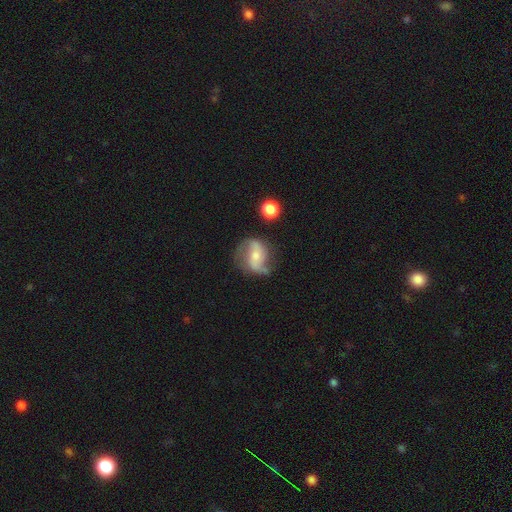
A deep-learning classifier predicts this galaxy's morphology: Overall: featured or disk (74%). Edge-on disk: no (97%). Bar: no (38%, tied with weak). Spiral arms: yes (91%). Spiral arm count: 2 (87%). Spiral winding: loose (59%; medium 31%). Bulge size: small (48%; moderate 42%). Merging: none (58%; minor disturbance 24%).